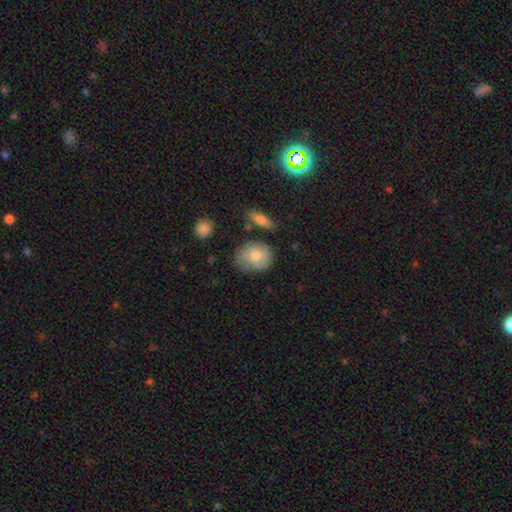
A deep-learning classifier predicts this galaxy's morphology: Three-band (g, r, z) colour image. It shows a smooth galaxy with no disk features (72%) that is round (58%). Merging: none (59%).